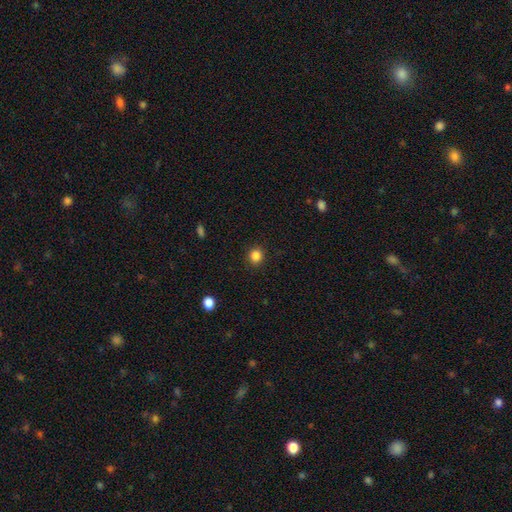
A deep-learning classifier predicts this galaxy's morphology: Smooth or featured? smooth (85%)
How rounded? round (87%)
Merging? none (90%)